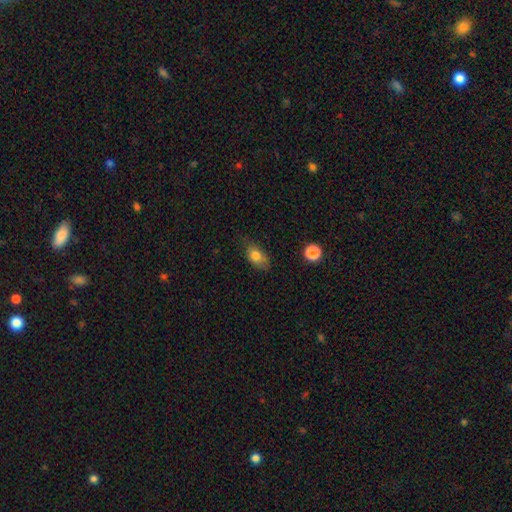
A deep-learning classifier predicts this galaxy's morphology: Smooth or featured? Predicted: smooth (p=0.77). How rounded? Predicted: in between (p=0.83). Merging? Predicted: none (p=0.63).